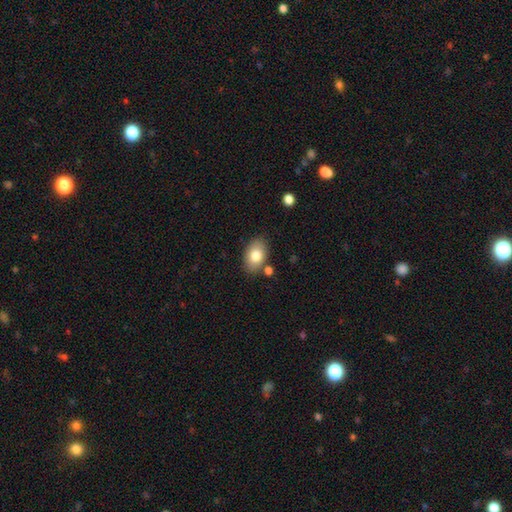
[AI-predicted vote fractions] Smooth or featured? Predicted: smooth (p=0.80). How rounded? Predicted: in between (p=0.85). Merging? Predicted: none (p=0.79).